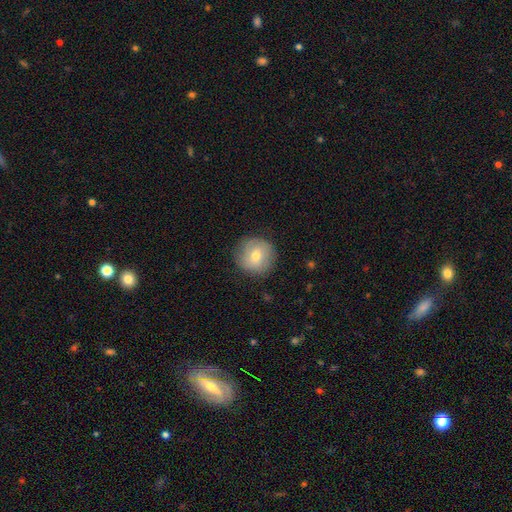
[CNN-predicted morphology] Smooth or featured? Predicted: smooth (p=0.65). How rounded? Predicted: round (p=0.94). Merging? Predicted: none (p=0.86).